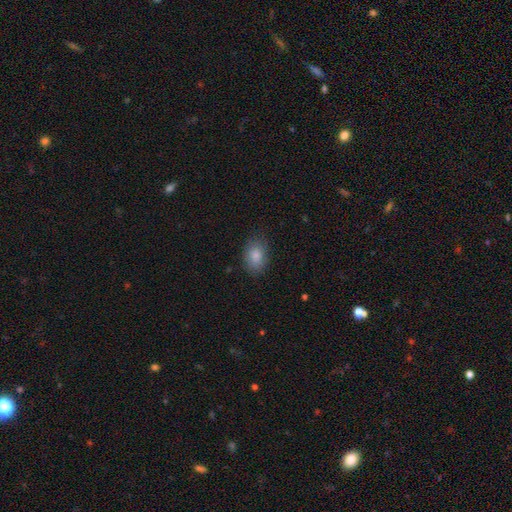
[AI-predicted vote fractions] The model was most divided on "merging": none: 79%, minor disturbance: 16%, major disturbance: 4%, merger: 1%. More confident: smooth or featured — smooth (85%); how rounded — in between (84%).